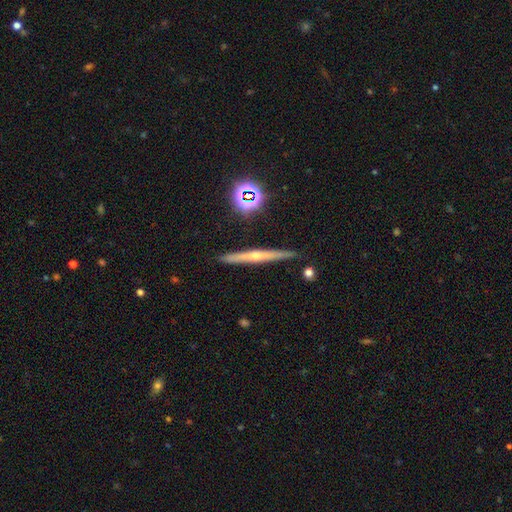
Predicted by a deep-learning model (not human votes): Smooth or featured? Predicted: featured or disk (p=0.76). Edge-on disk? Predicted: yes (p=0.97). Edge-on bulge? Predicted: rounded (p=0.82). Merging? Predicted: none (p=0.87).